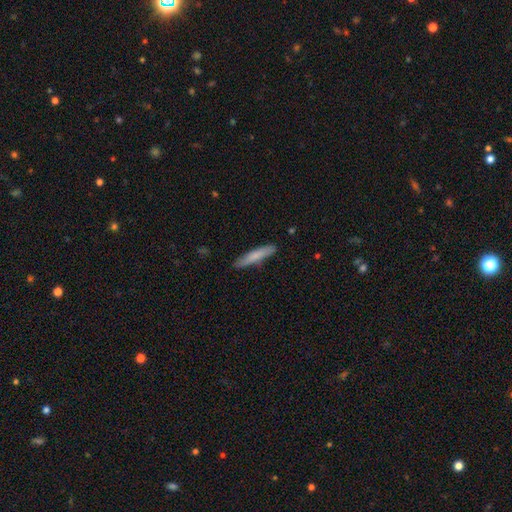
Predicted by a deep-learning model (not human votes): The model was most divided on "smooth or featured": smooth: 74%, featured or disk: 21%, star or artifact: 5%. More confident: how rounded — cigar-shaped (91%); merging — none (86%).